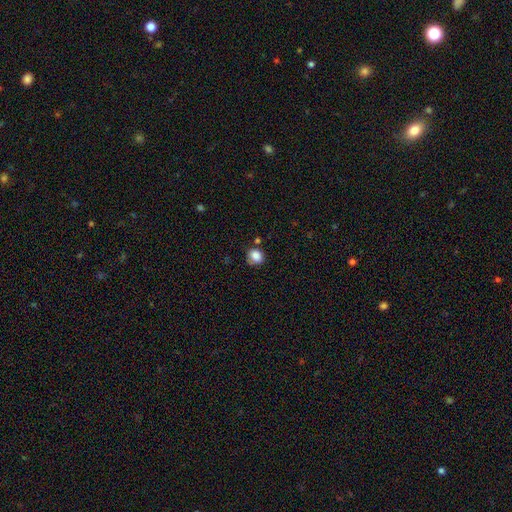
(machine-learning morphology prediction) Smooth or featured? Predicted: smooth (p=0.85). How rounded? Predicted: round (p=0.71). Merging? Predicted: none (p=0.67).